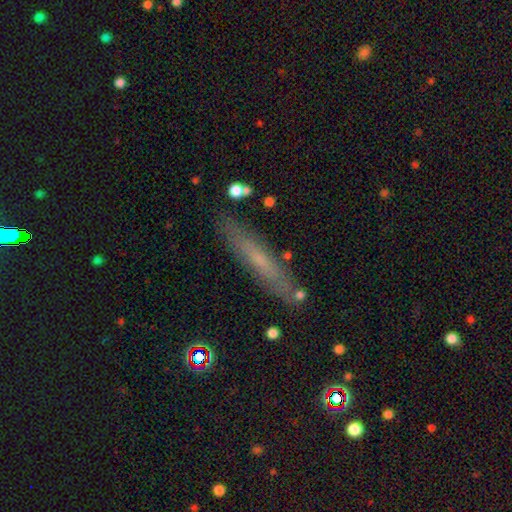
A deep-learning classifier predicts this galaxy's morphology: The model was most divided on "smooth or featured": featured or disk: 45%, smooth: 40%, star or artifact: 16%. More confident: merging — none (84%).